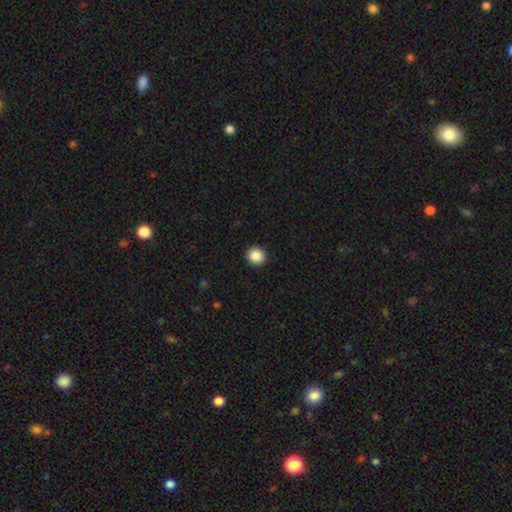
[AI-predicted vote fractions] Morphology: type=smooth (88%); roundness=round (93%); merging=none (92%).